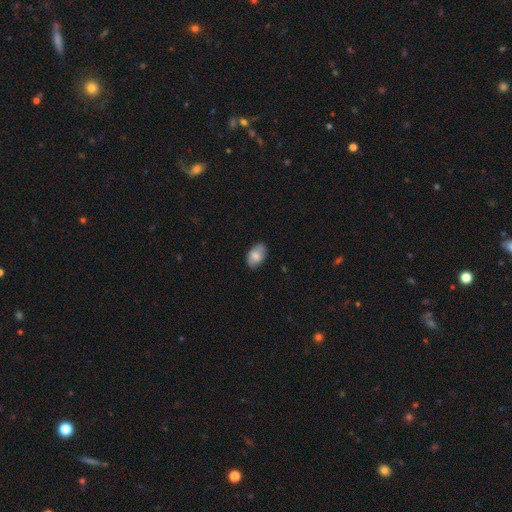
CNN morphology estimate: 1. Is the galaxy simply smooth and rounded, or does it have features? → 77% smooth, 16% featured or disk, 7% star or artifact.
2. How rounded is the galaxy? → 90% in between, 8% round, 1% cigar-shaped.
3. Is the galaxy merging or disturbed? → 77% none, 18% minor disturbance, 3% major disturbance, 1% merger.